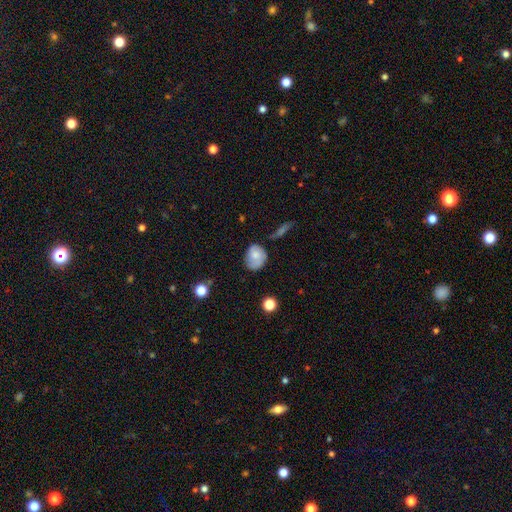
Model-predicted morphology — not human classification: Smooth or featured?
  - smooth: 68% *
  - featured or disk: 24%
  - star or artifact: 8%
How rounded?
  - round: 57% *
  - in between: 42%
  - cigar-shaped: 1%
Merging?
  - none: 56% *
  - minor disturbance: 31%
  - major disturbance: 9%
  - merger: 3%